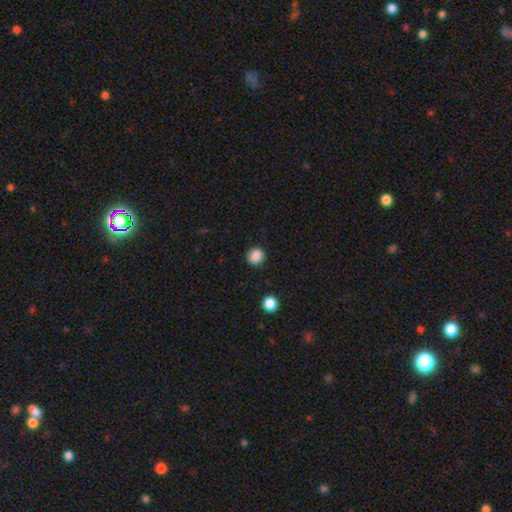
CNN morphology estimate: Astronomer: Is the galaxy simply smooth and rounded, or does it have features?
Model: smooth — 87%.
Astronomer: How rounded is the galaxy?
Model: round — 87%.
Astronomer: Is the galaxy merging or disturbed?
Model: none — 88%.